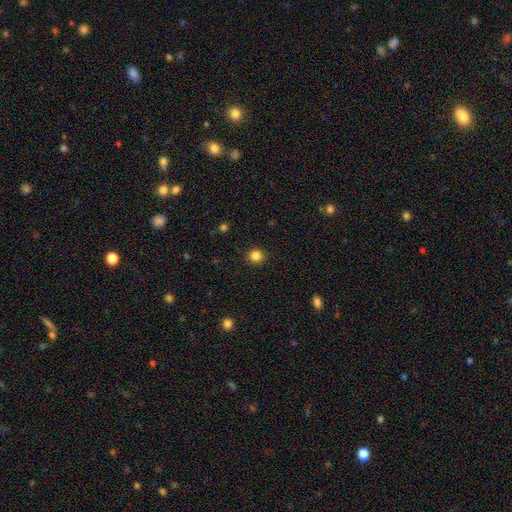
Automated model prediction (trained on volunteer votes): The model was most divided on "smooth or featured": smooth: 84%, star or artifact: 12%, featured or disk: 4%. More confident: merging — none (91%); how rounded — round (91%).